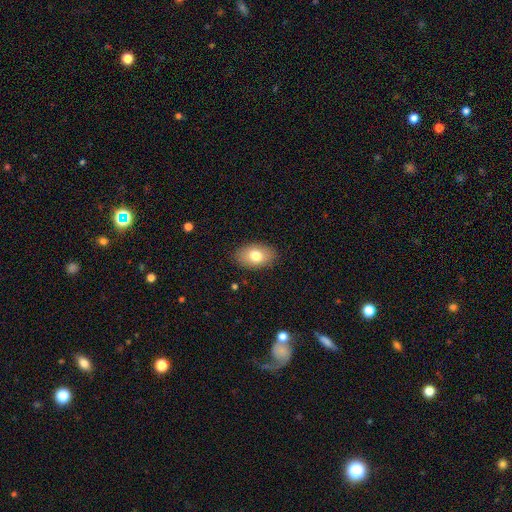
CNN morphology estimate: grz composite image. It shows a smooth galaxy with no disk features (77%) that is in between round and cigar-shaped (89%). Merging: none (87%).